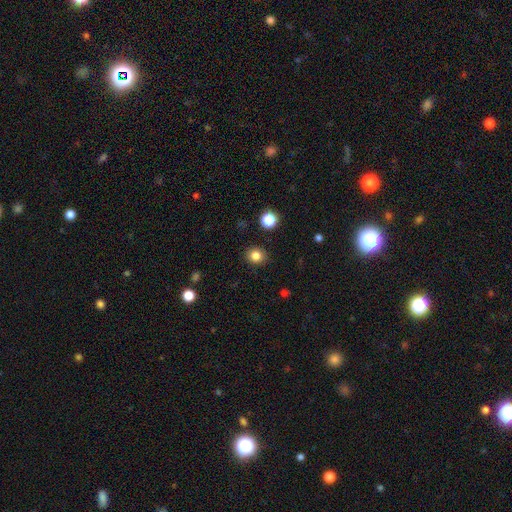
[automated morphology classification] This is clearly a smooth galaxy (82%). How rounded: likely round (80%). Merging: clearly none (90%).